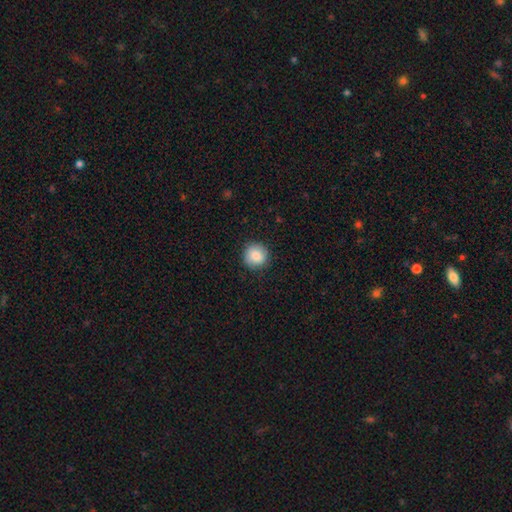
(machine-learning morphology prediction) This appears to be a smooth galaxy with no disk features (87%) that is round (91%). Merging: none (88%).